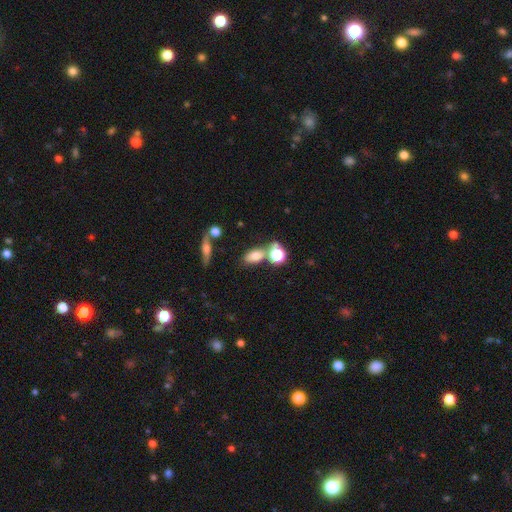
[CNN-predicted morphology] Overall: smooth (74%). How rounded: in between (78%). Merging: none (57%; merger 24%).